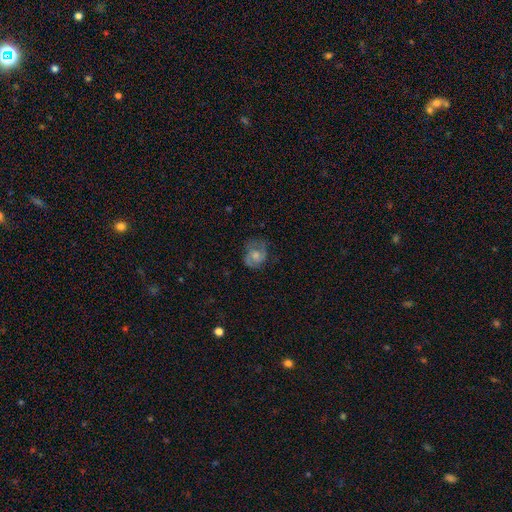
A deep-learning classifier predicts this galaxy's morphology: Smooth or featured? Predicted: featured or disk (p=0.51). Edge-on disk? Predicted: no (p=0.97). Merging? Predicted: none (p=0.60).